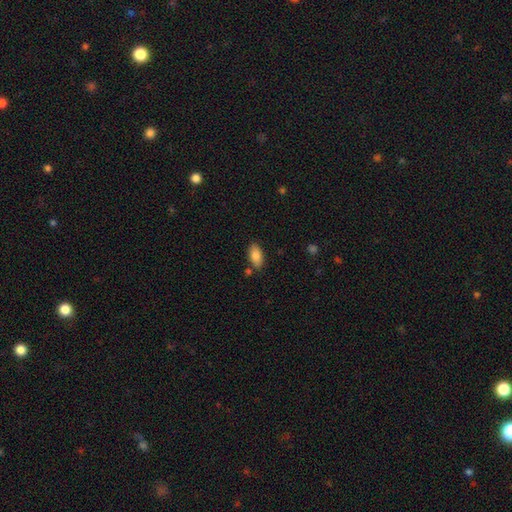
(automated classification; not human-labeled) Smooth or featured: smooth — 85% (featured or disk — 8%)
How rounded: in between — 92% (cigar-shaped — 6%)
Merging: none — 80% (minor disturbance — 12%)